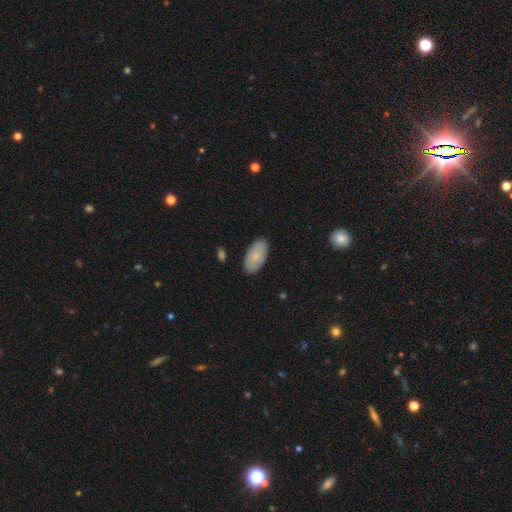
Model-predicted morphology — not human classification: smooth 77%, featured or disk 17%, star or artifact 6%. Down the decision tree: how rounded — in between (95%); merging — none (86%).